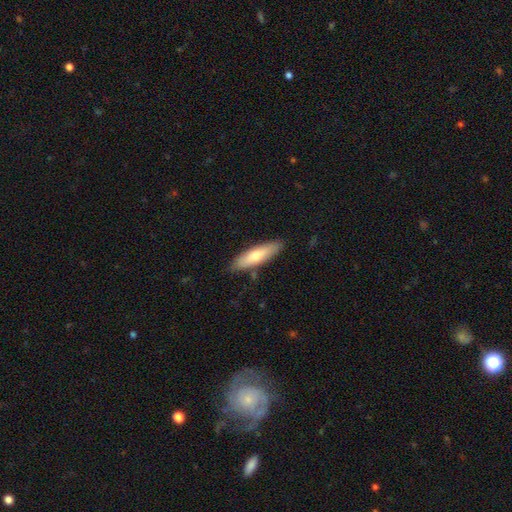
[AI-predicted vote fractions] Smooth or featured?
  - smooth: 67% *
  - featured or disk: 28%
  - star or artifact: 6%
How rounded?
  - cigar-shaped: 64% *
  - in between: 34%
  - round: 2%
Merging?
  - none: 84% *
  - minor disturbance: 11%
  - major disturbance: 2%
  - merger: 2%